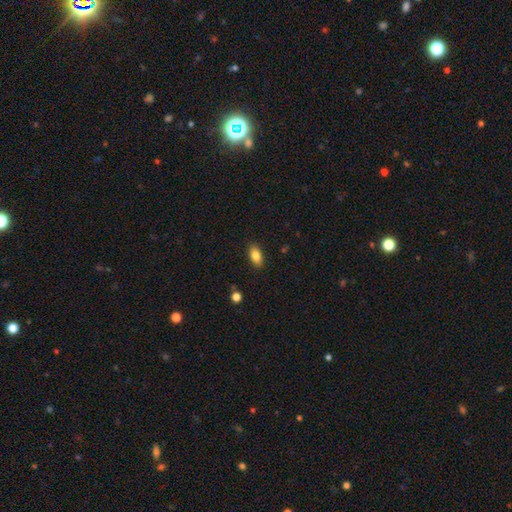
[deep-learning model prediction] This appears to be a smooth galaxy with no disk features (83%) that is in between round and cigar-shaped (89%). Merging: none (88%).